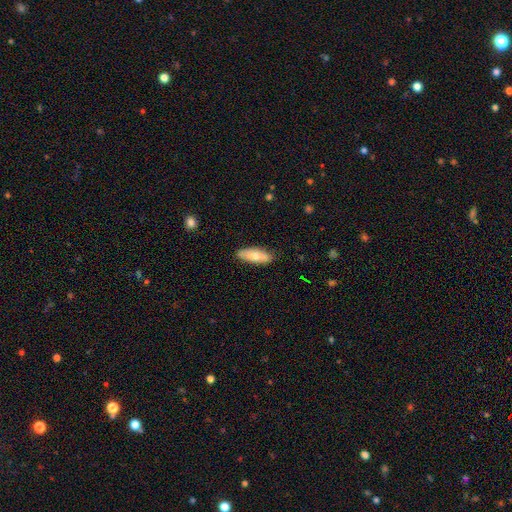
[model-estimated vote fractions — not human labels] A smooth galaxy with no disk features (65%) that is in between round and cigar-shaped (67%).

Vote fractions:
- Smooth or featured? smooth: 65% / featured or disk: 29% / star or artifact: 6%
- How rounded? in between: 67% / cigar-shaped: 31% / round: 3%
- Merging? none: 81% / minor disturbance: 15% / major disturbance: 2% / merger: 2%